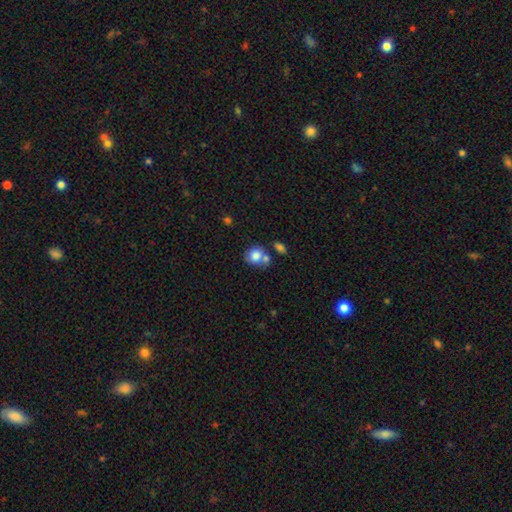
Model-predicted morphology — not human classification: smooth-or-featured: smooth: 81% | featured or disk: 10% | star or artifact: 9%
  how-rounded: round: 71% | in between: 28% | cigar-shaped: 1%
  merging: none: 51% | merger: 30% | minor disturbance: 14% | major disturbance: 5%